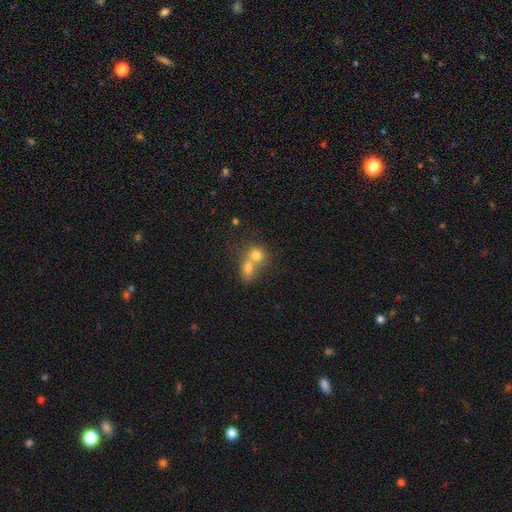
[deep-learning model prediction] This is likely a smooth galaxy (75%). How rounded: likely round (69%). Merging: likely merger (67%).